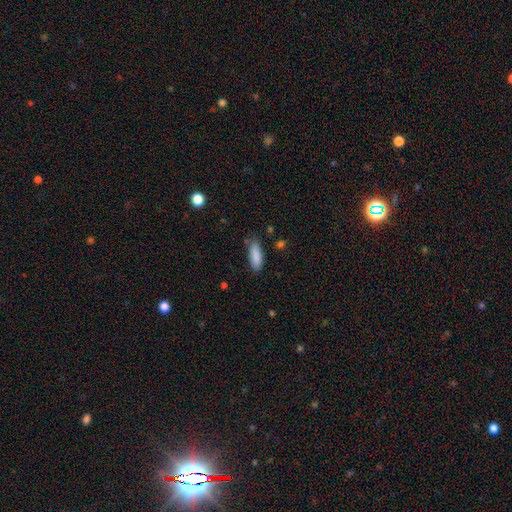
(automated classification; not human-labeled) Q: Smooth or featured?
A: smooth (88%); runner-up: star or artifact (7%)
Q: How rounded?
A: in between (65%); runner-up: cigar-shaped (34%)
Q: Merging?
A: none (77%); runner-up: minor disturbance (17%)